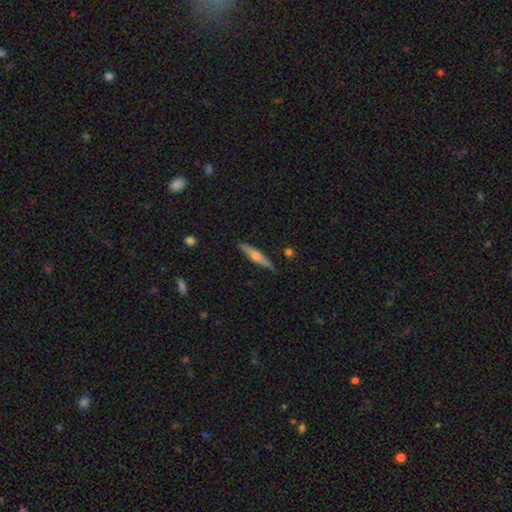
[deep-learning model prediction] This is possibly a featured or disk galaxy (52%). It is clearly viewed edge-on (95%). Merging: clearly none (86%).